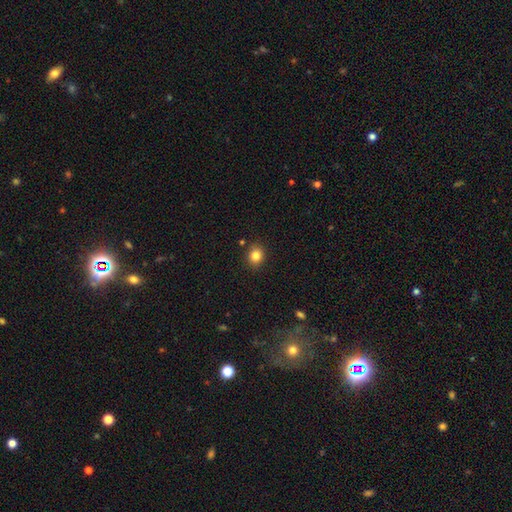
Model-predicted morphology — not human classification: smooth_or_featured: smooth (p=0.83) [alt: star or artifact p=0.11]
how_rounded: round (p=0.67) [alt: in between p=0.32]
merging: none (p=0.87) [alt: minor disturbance p=0.09]